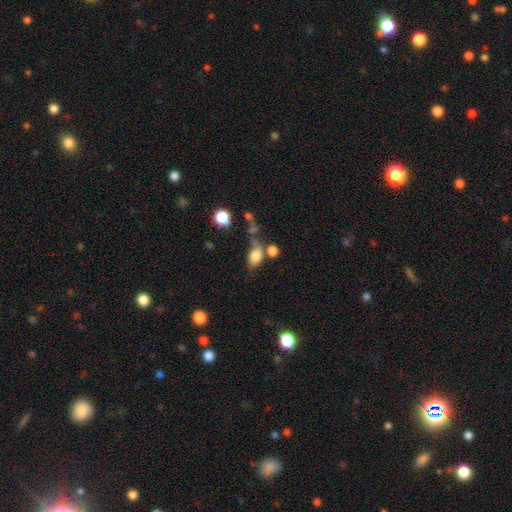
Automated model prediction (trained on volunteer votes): This appears to be a smooth galaxy with no disk features (76%) that is in between round and cigar-shaped (81%). Merging: none (39%).